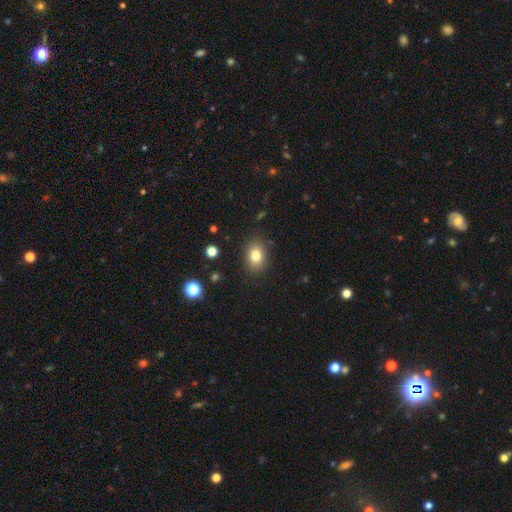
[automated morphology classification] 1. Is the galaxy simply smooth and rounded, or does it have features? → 81% smooth, 10% star or artifact, 9% featured or disk.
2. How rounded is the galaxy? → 68% in between, 31% round, 1% cigar-shaped.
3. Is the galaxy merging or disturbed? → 86% none, 10% minor disturbance, 3% major disturbance, 1% merger.